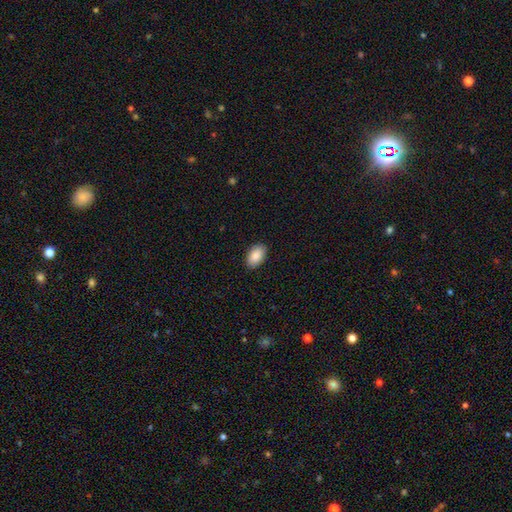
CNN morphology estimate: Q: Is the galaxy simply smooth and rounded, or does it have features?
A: smooth — 88%.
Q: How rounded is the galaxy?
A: in between — 93%.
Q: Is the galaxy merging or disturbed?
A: none — 89%.